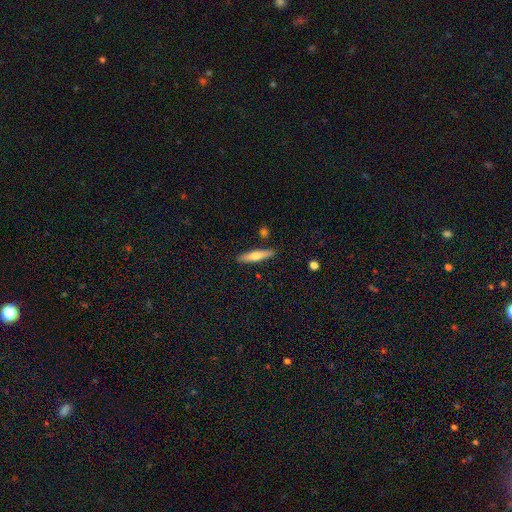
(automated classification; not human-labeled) smooth_or_featured: smooth (p=0.58) [alt: featured or disk p=0.36]
how_rounded: cigar-shaped (p=0.82) [alt: in between p=0.16]
merging: none (p=0.86) [alt: minor disturbance p=0.09]